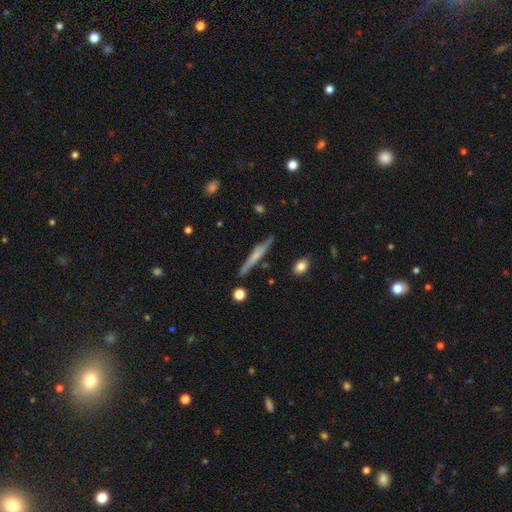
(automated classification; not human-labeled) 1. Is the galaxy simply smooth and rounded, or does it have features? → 49% featured or disk, 45% smooth, 6% star or artifact.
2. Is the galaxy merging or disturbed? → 83% none, 12% minor disturbance, 3% merger, 2% major disturbance.